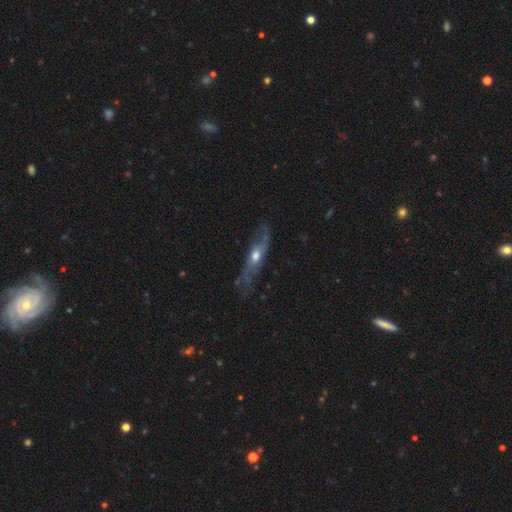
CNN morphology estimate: smooth-or-featured: featured or disk: 69% | smooth: 25% | star or artifact: 7%
  disk-edge-on: no: 51% | yes: 49%
  merging: none: 62% | minor disturbance: 24% | major disturbance: 12% | merger: 2%